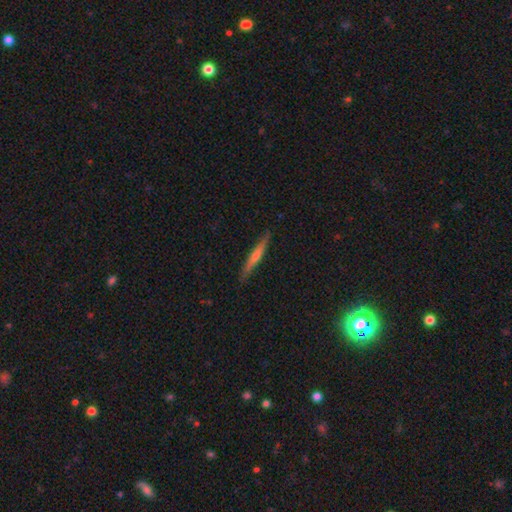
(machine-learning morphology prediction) This appears to be a featured or disk galaxy (63%) viewed edge-on (97%) with a rounded central bulge (71%). Merging: none (90%).